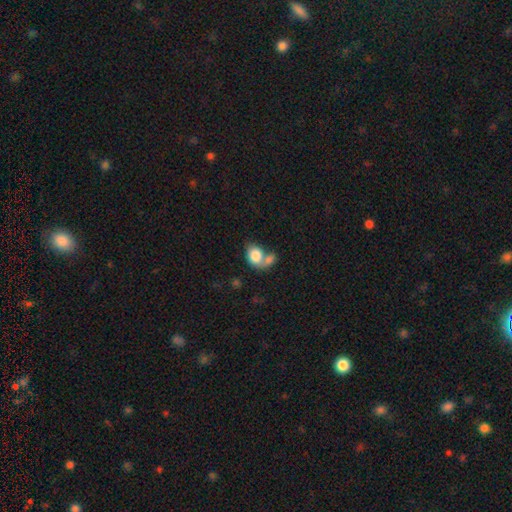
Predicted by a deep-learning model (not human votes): A smooth galaxy with no disk features (81%) that is in between round and cigar-shaped (62%).

Vote fractions:
- Smooth or featured? smooth: 81% / featured or disk: 12% / star or artifact: 7%
- How rounded? in between: 62% / round: 37% / cigar-shaped: 1%
- Merging? merger: 57% / none: 25% / minor disturbance: 10% / major disturbance: 7%